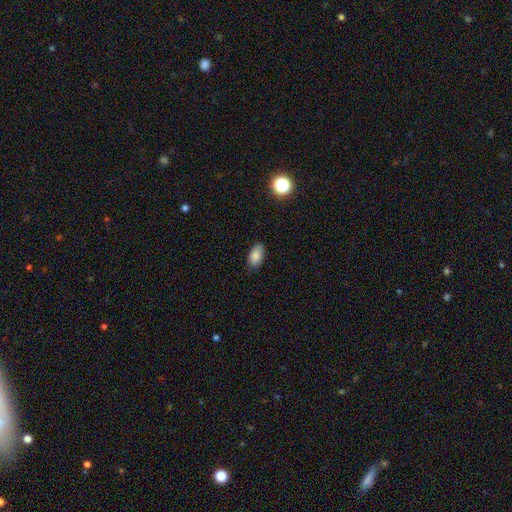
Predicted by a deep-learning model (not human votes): A smooth galaxy with no disk features (87%) that is in between round and cigar-shaped (93%). Merging: none (84%).